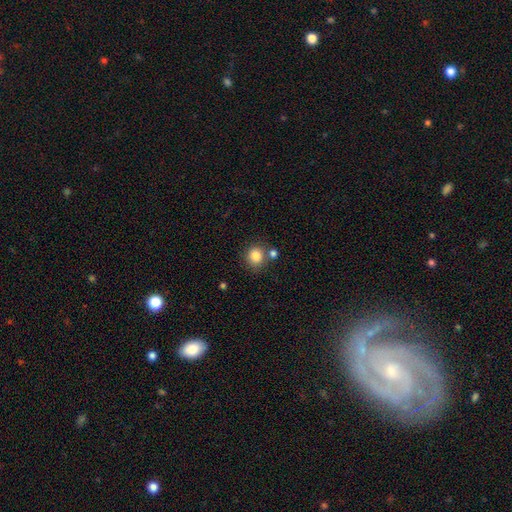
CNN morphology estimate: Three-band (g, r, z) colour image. It shows a smooth galaxy with no disk features (85%) that is round (84%). Merging: none (71%).